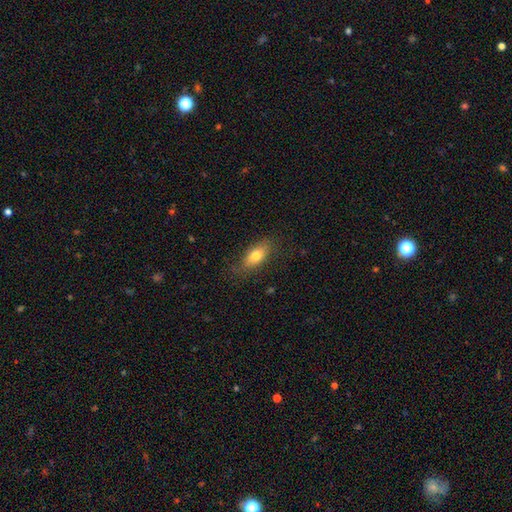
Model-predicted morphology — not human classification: Smooth or featured?
  - smooth: 76% *
  - featured or disk: 16%
  - star or artifact: 7%
How rounded?
  - in between: 82% *
  - cigar-shaped: 14%
  - round: 4%
Merging?
  - none: 77% *
  - minor disturbance: 17%
  - major disturbance: 5%
  - merger: 1%